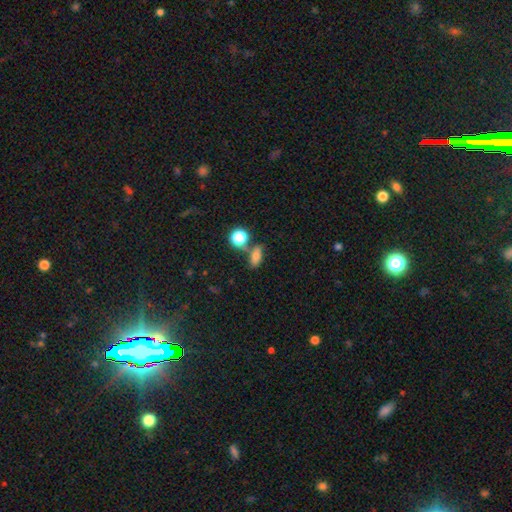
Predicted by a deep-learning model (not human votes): Morphology: type=smooth (71%); roundness=in between (71%); merging=none (54%).